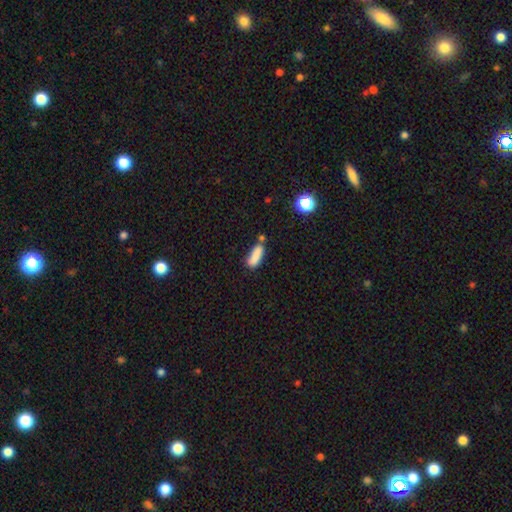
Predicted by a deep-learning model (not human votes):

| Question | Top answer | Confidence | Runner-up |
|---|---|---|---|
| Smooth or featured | smooth | 83% | star or artifact (9%) |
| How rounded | in between | 57% | cigar-shaped (40%) |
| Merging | none | 57% | minor disturbance (22%) |